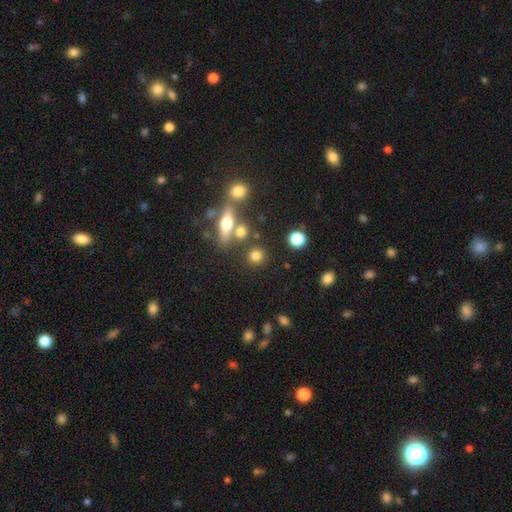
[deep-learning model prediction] Smooth or featured: smooth — 77% (star or artifact — 13%)
How rounded: round — 86% (in between — 11%)
Merging: none — 78% (merger — 11%)